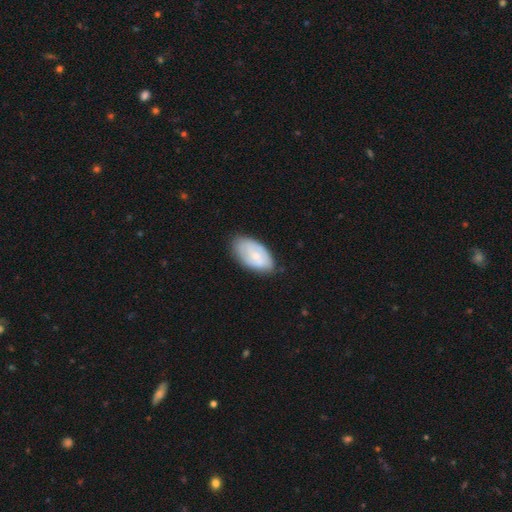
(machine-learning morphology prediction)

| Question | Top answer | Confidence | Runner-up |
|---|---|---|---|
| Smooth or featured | smooth | 52% | featured or disk (42%) |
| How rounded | in between | 93% | round (4%) |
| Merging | none | 71% | minor disturbance (22%) |